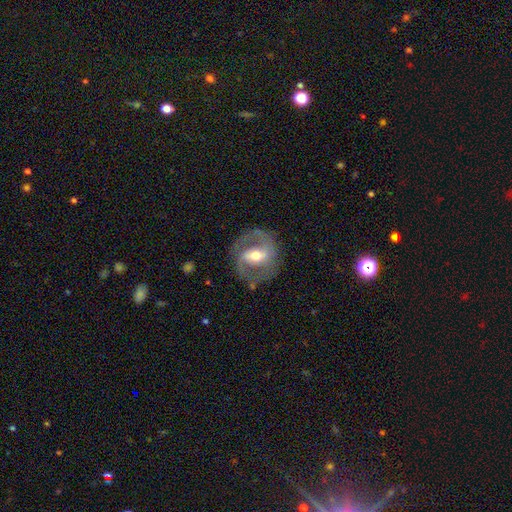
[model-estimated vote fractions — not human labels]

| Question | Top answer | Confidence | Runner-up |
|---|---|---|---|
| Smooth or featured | featured or disk | 81% | smooth (13%) |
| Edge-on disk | no | 96% | yes (4%) |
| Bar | strong | 42% | weak (41%) |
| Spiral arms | yes | 84% | no (16%) |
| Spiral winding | medium | 52% | tight (27%) |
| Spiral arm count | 2 | 87% | can't tell (6%) |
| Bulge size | moderate | 68% | small (22%) |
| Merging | none | 78% | minor disturbance (13%) |